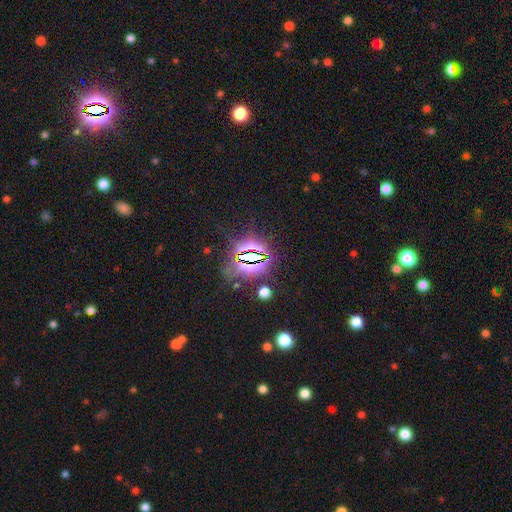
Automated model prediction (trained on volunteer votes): A star or artifact, not a galaxy (81%).